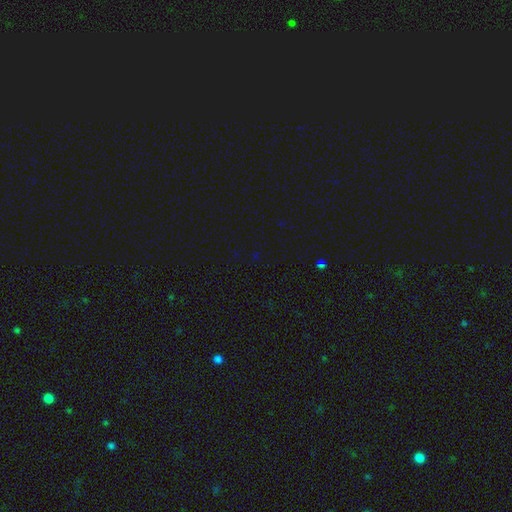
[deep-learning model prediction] A star or artifact, not a galaxy (71%).

Vote fractions:
- Smooth or featured? star or artifact: 71% / smooth: 22% / featured or disk: 7%